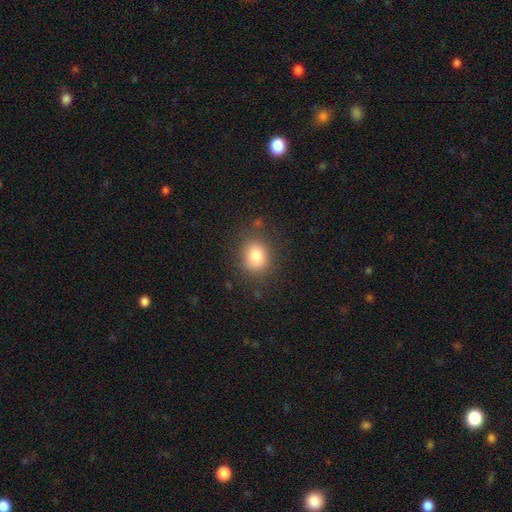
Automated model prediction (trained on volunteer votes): smooth-or-featured: smooth: 81% | star or artifact: 11% | featured or disk: 9%
  how-rounded: round: 71% | in between: 29% | cigar-shaped: 1%
  merging: none: 80% | minor disturbance: 13% | major disturbance: 5% | merger: 2%